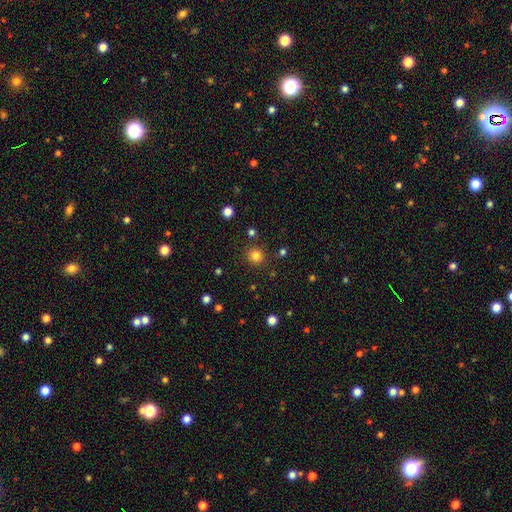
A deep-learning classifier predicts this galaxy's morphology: The model was most divided on "smooth or featured": smooth: 82%, star or artifact: 14%, featured or disk: 5%. More confident: how rounded — round (87%); merging — none (87%).